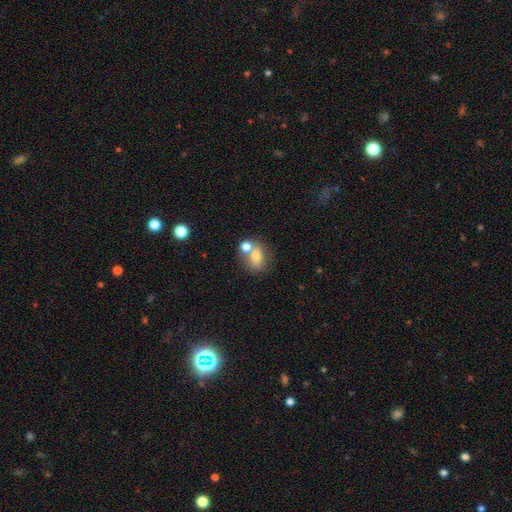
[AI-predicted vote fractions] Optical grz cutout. It shows a smooth galaxy with no disk features (68%) that is round (55%). Merging: none (47%).